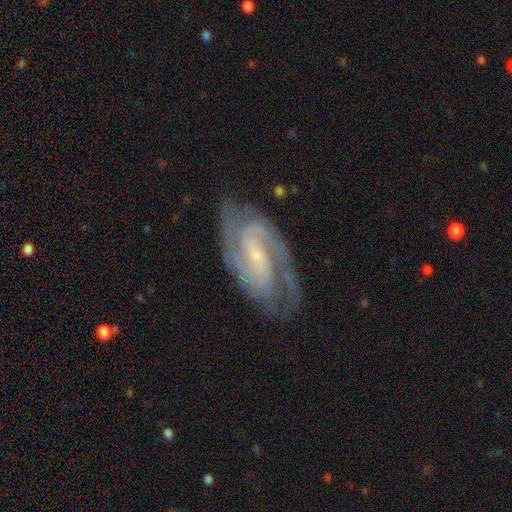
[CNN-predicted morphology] The model was most divided on "spiral winding": medium: 48%, tight: 42%, loose: 10%. Remaining: spiral arms — yes (98%); edge-on disk — no (96%); smooth or featured — featured or disk (89%); spiral arm count — 2 (79%); bulge size — small (76%); merging — none (76%); bar — weak (46%).